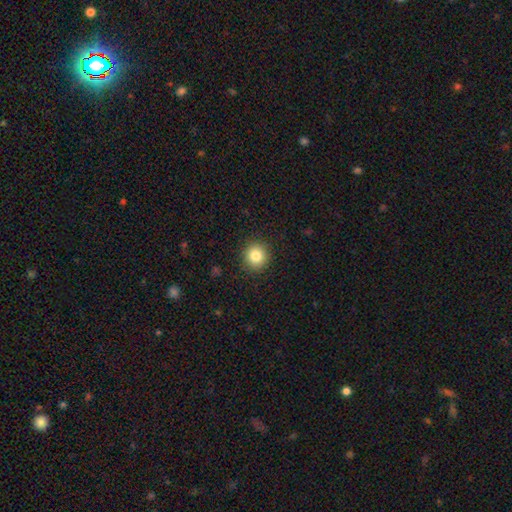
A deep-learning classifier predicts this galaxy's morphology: The model was most divided on "smooth or featured": smooth: 83%, star or artifact: 11%, featured or disk: 7%. More confident: how rounded — round (91%); merging — none (91%).